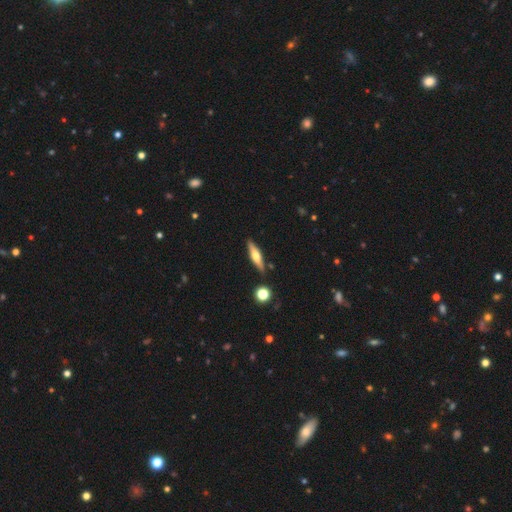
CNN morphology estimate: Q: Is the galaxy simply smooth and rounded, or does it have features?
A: featured or disk — 55%.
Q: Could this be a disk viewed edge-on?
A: yes — 94%.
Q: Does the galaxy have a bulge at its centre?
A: rounded — 91%.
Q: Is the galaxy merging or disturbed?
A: none — 86%.